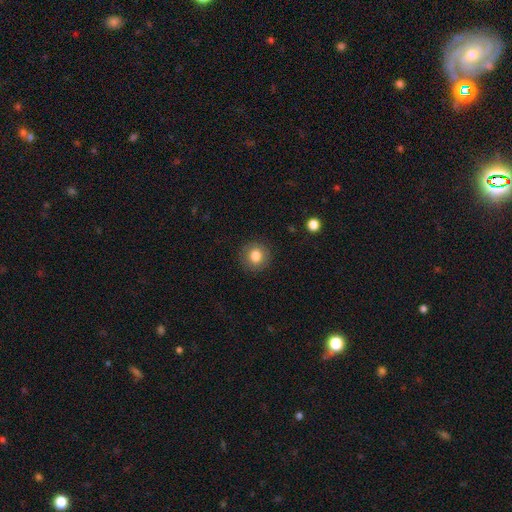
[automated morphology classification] The model was most divided on "smooth or featured": smooth: 82%, star or artifact: 9%, featured or disk: 9%. More confident: how rounded — round (91%); merging — none (89%).